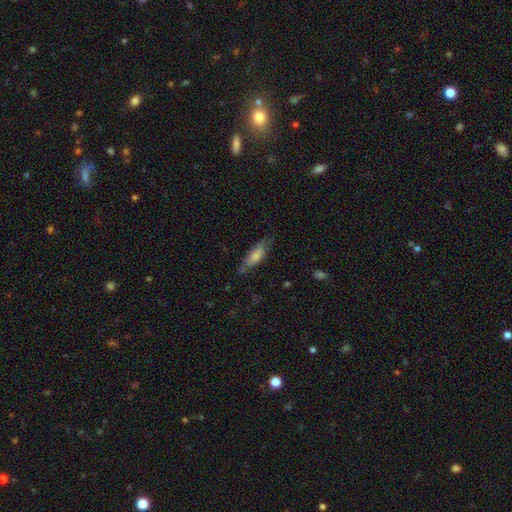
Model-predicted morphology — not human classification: Q: Smooth or featured?
A: smooth (70%); runner-up: featured or disk (24%)
Q: How rounded?
A: in between (60%); runner-up: cigar-shaped (38%)
Q: Merging?
A: none (62%); runner-up: minor disturbance (27%)